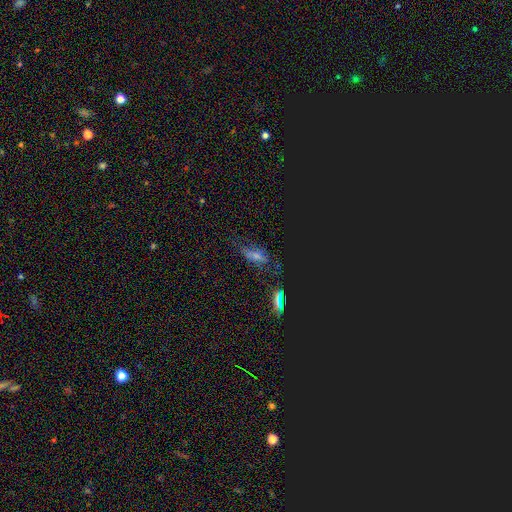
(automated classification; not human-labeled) A star or artifact, not a galaxy (51%).